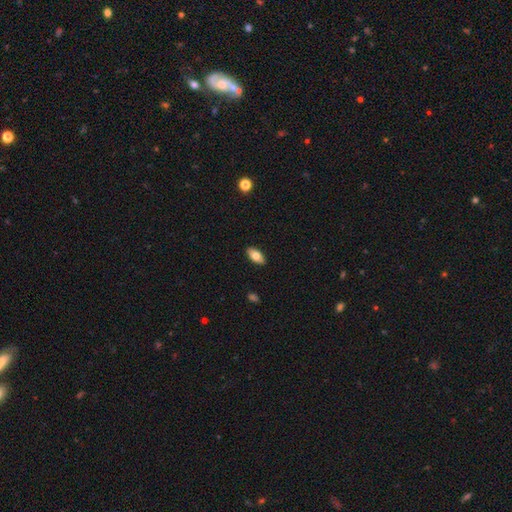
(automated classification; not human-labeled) Smooth or featured: smooth — 75% (featured or disk — 18%)
How rounded: in between — 91% (cigar-shaped — 7%)
Merging: none — 90% (minor disturbance — 8%)